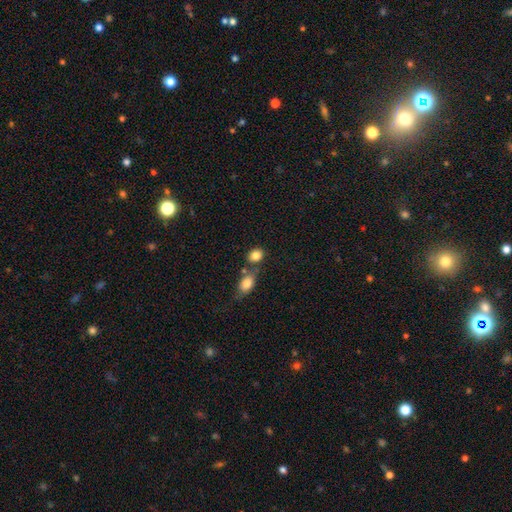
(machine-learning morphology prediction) Smooth or featured? Predicted: smooth (p=0.84). How rounded? Predicted: round (p=0.51). Merging? Predicted: none (p=0.57).